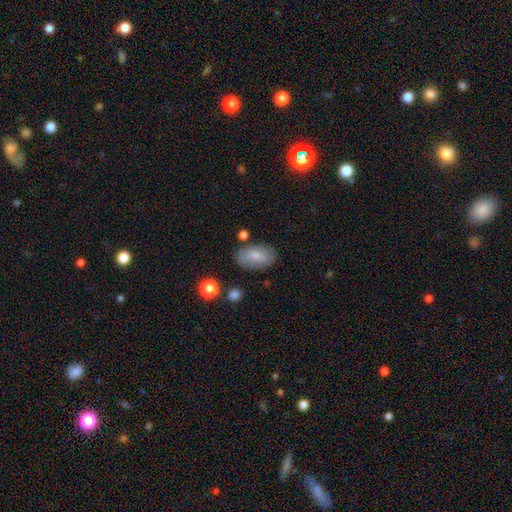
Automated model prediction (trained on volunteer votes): smooth_or_featured: smooth (p=0.75) [alt: featured or disk p=0.18]
how_rounded: in between (p=0.91) [alt: round p=0.07]
merging: none (p=0.78) [alt: minor disturbance p=0.14]